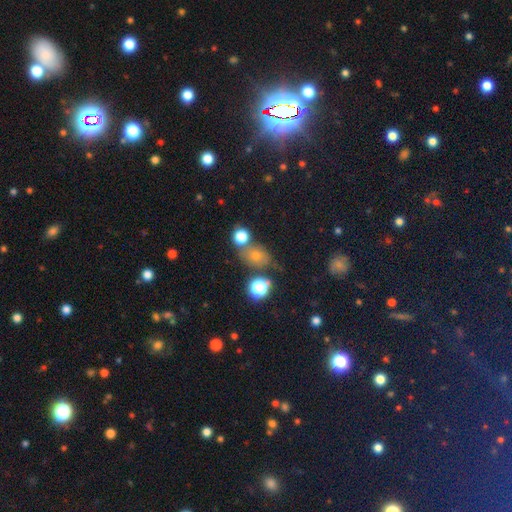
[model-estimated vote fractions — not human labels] smooth-or-featured: smooth: 65% | star or artifact: 21% | featured or disk: 14%
  how-rounded: in between: 53% | round: 46% | cigar-shaped: 1%
  merging: none: 57% | merger: 22% | minor disturbance: 15% | major disturbance: 6%